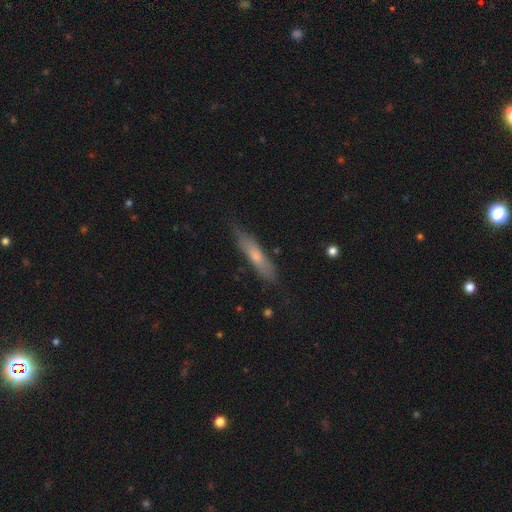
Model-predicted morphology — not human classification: Q: Smooth or featured?
A: smooth (60%); runner-up: featured or disk (33%)
Q: How rounded?
A: cigar-shaped (84%); runner-up: in between (14%)
Q: Merging?
A: none (75%); runner-up: minor disturbance (19%)